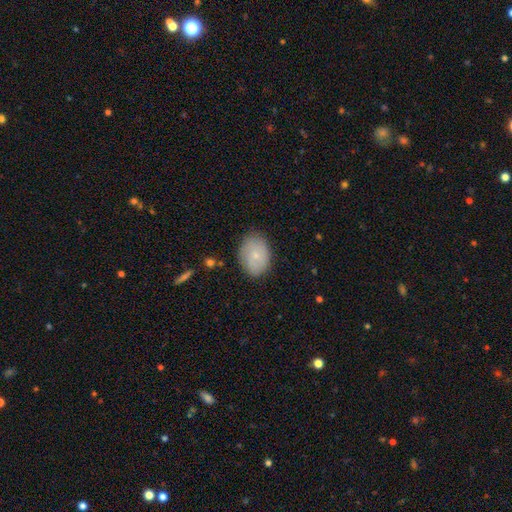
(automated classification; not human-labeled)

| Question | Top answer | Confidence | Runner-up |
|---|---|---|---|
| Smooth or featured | smooth | 69% | featured or disk (24%) |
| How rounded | in between | 77% | round (22%) |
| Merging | none | 79% | minor disturbance (16%) |